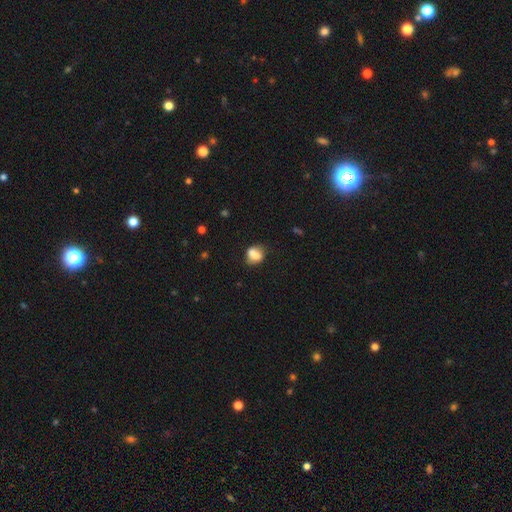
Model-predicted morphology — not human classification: type=smooth (72%); roundness=round (53%); merging=none (42%).